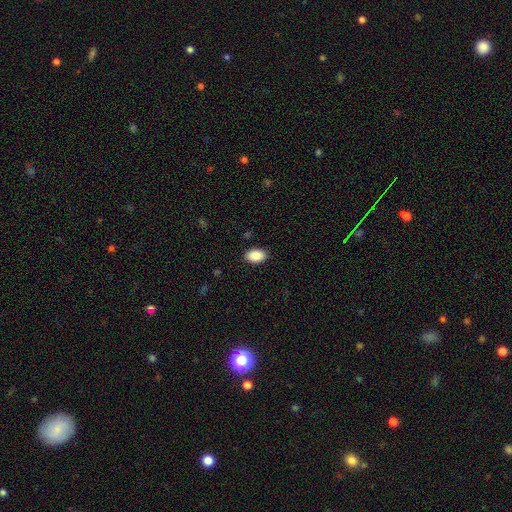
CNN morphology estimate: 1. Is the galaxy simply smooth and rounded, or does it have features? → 89% smooth, 7% star or artifact, 4% featured or disk.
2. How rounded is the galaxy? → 91% in between, 8% round, 1% cigar-shaped.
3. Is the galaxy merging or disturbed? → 89% none, 8% minor disturbance, 2% major disturbance, 1% merger.